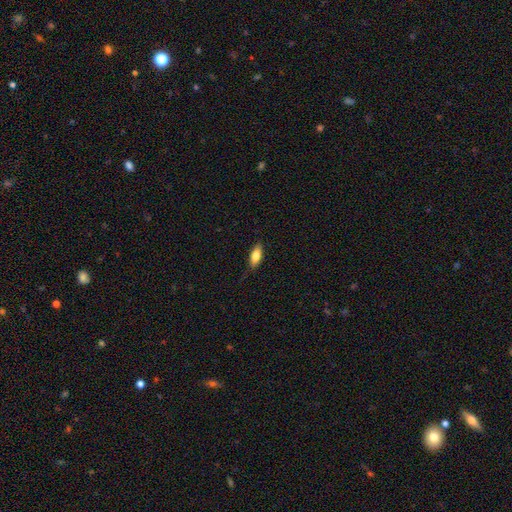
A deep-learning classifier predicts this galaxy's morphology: smooth 73%, featured or disk 20%, star or artifact 7%. Down the decision tree: how rounded — in between (74%); merging — none (80%).